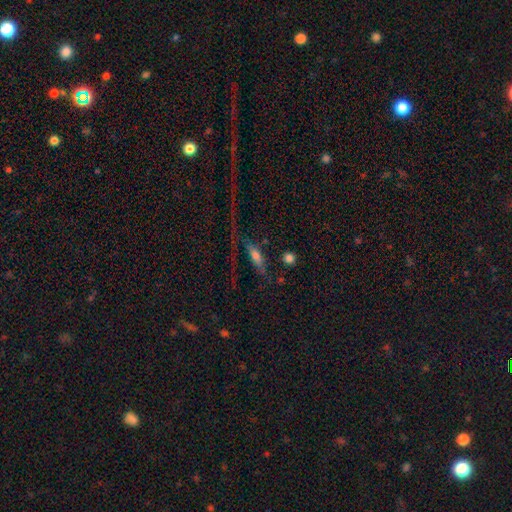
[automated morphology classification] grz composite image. It shows a smooth galaxy with no disk features (48%). Merging: none (53%).